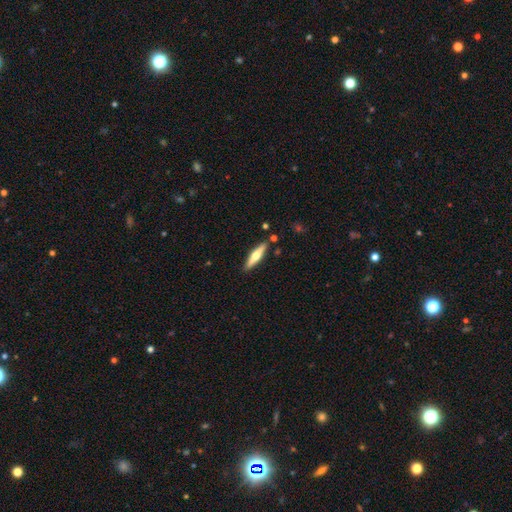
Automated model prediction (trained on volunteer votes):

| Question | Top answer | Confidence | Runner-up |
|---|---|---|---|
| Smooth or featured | featured or disk | 52% | smooth (43%) |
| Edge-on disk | yes | 95% | no (5%) |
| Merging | none | 87% | minor disturbance (8%) |